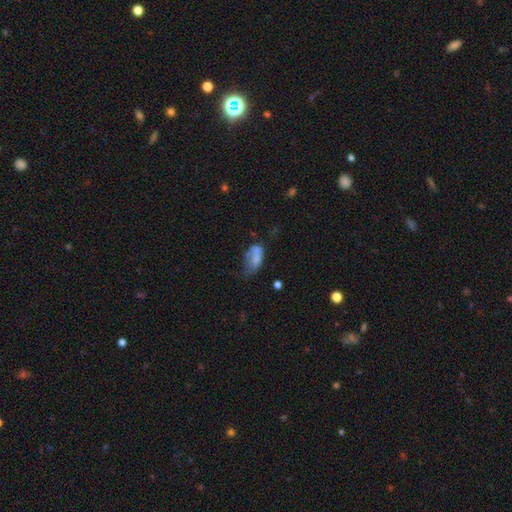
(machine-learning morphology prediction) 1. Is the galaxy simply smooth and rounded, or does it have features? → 68% smooth, 21% featured or disk, 10% star or artifact.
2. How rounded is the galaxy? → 90% in between, 5% round, 5% cigar-shaped.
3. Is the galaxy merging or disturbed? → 32% minor disturbance, 31% major disturbance, 26% none, 11% merger.